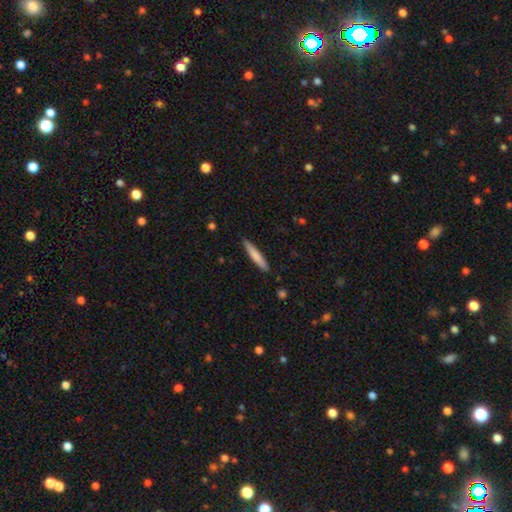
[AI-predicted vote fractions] A smooth galaxy with no disk features (75%) that is cigar-shaped (92%). Merging: none (88%).